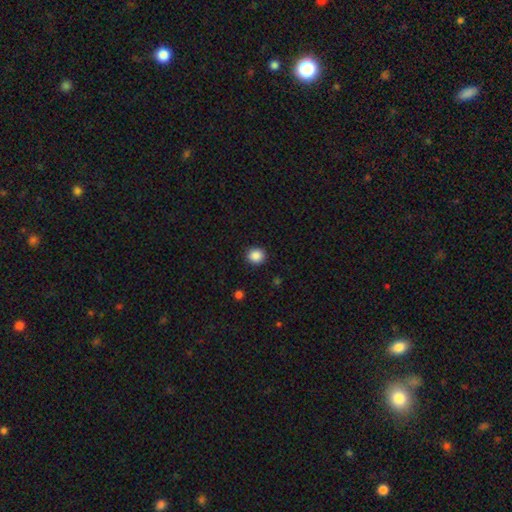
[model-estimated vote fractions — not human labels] Smooth or featured: smooth — 87% (star or artifact — 10%)
How rounded: round — 87% (in between — 12%)
Merging: none — 91% (minor disturbance — 6%)